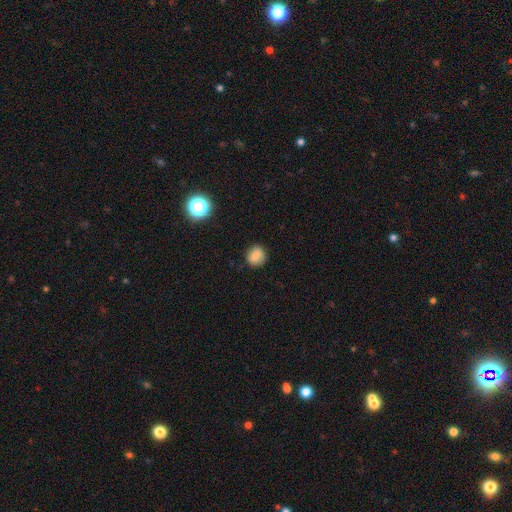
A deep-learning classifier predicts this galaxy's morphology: This appears to be a smooth galaxy with no disk features (80%) that is round (88%). Merging: none (86%).